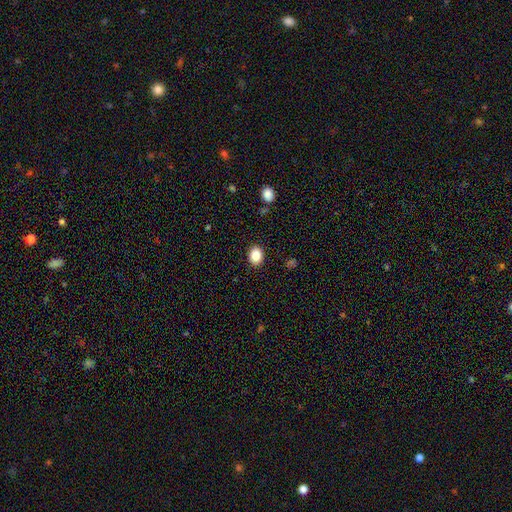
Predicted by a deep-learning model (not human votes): Morphology: type=smooth (86%); roundness=in between (54%); merging=none (90%).